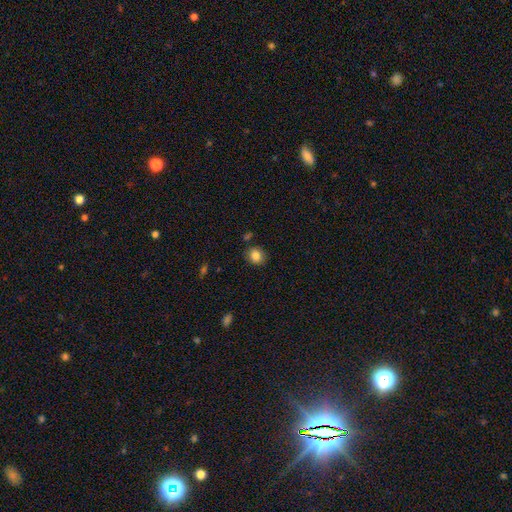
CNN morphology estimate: Overall: smooth (84%). How rounded: round (71%). Merging: none (83%).